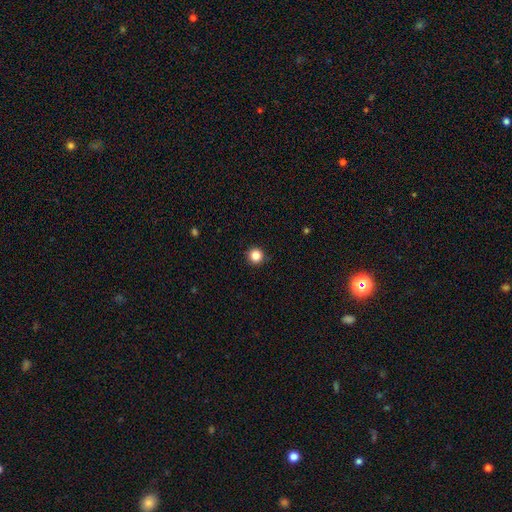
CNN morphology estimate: A smooth galaxy with no disk features (85%) that is round (96%). Merging: none (92%).